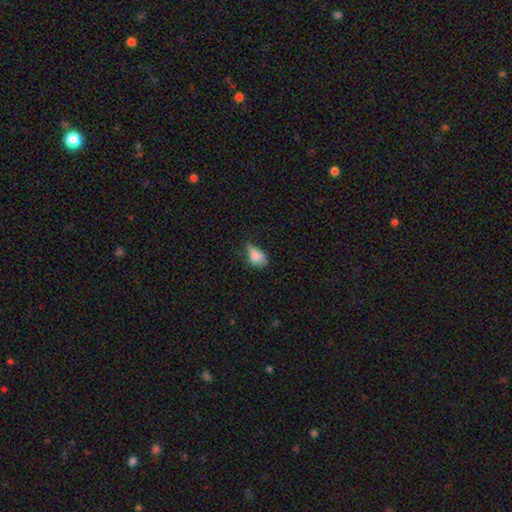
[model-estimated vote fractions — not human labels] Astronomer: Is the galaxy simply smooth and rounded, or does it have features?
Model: smooth — 81%.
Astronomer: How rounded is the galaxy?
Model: in between — 87%.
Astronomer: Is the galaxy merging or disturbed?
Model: minor disturbance — 43% (runner-up: none, 37%).